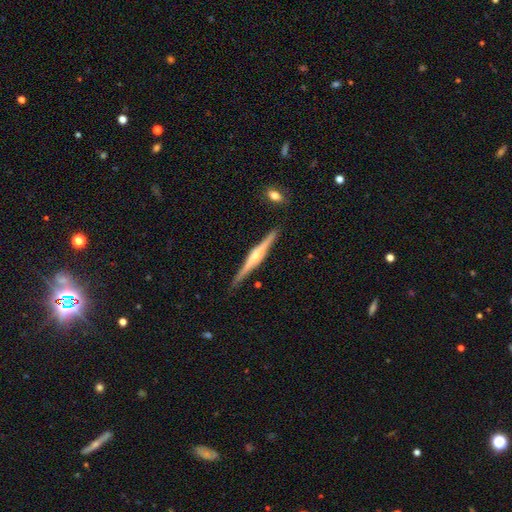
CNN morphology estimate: Overall: featured or disk (81%). Edge-on disk: yes (98%). Edge-on bulge: rounded (85%). Merging: none (88%).